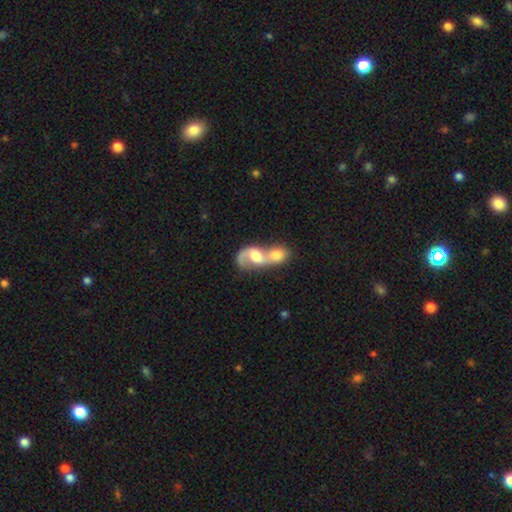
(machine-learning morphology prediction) featured or disk 55%, smooth 38%, star or artifact 8%. Down the decision tree: edge-on disk — no (96%); bar — no (59%); spiral arms — yes (75%); bulge size — moderate (50%); merging — merger (87%).